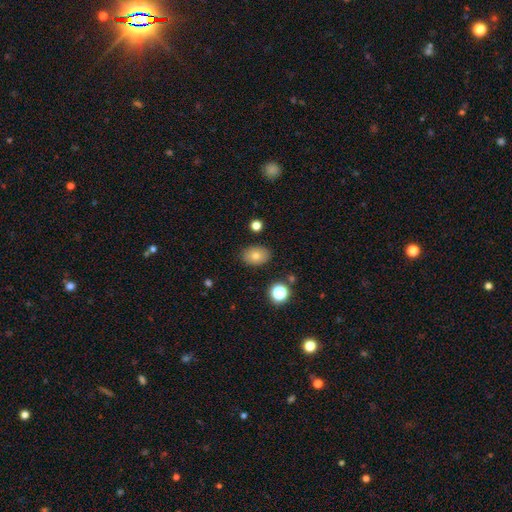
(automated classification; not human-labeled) smooth_or_featured: smooth (p=0.76) [alt: featured or disk p=0.13]
how_rounded: in between (p=0.78) [alt: round p=0.21]
merging: none (p=0.86) [alt: minor disturbance p=0.10]